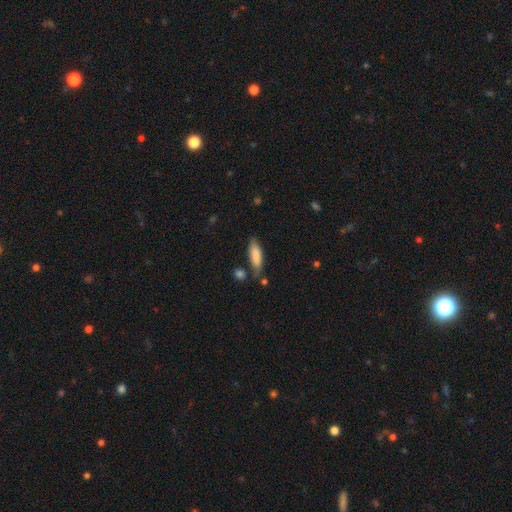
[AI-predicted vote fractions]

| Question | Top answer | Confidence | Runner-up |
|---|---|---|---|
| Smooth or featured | smooth | 83% | featured or disk (10%) |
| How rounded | in between | 50% | cigar-shaped (48%) |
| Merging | none | 68% | minor disturbance (20%) |